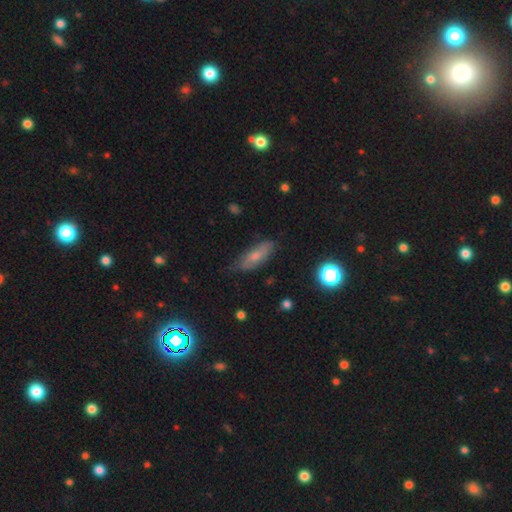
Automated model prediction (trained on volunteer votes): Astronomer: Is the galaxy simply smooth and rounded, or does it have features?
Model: smooth — 61%.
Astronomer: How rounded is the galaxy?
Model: in between — 62%.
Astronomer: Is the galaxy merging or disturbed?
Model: none — 70%.